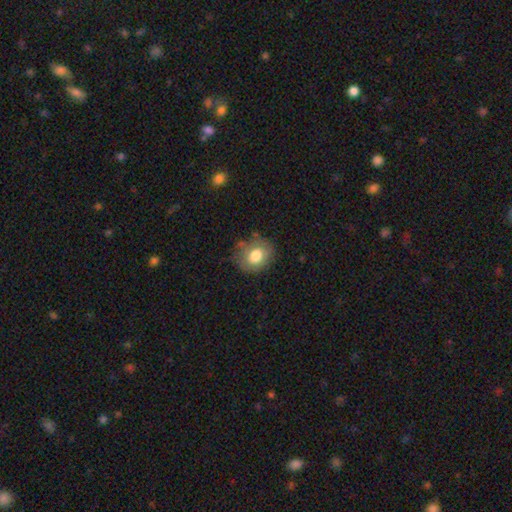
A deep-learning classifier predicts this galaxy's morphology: Smooth or featured?
  - smooth: 77% *
  - featured or disk: 15%
  - star or artifact: 9%
How rounded?
  - round: 65% *
  - in between: 34%
  - cigar-shaped: 1%
Merging?
  - none: 73% *
  - minor disturbance: 19%
  - major disturbance: 6%
  - merger: 2%